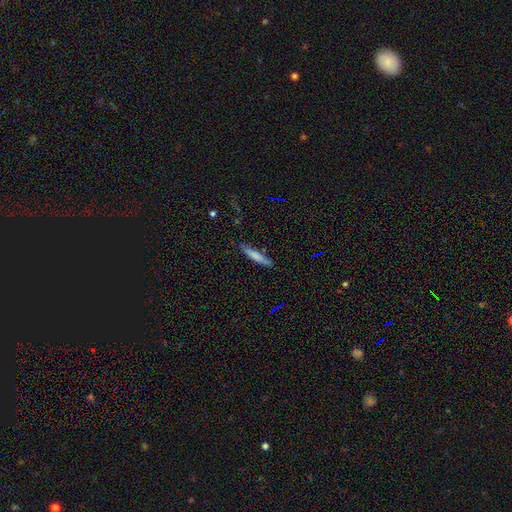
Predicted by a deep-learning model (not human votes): Overall: smooth (74%). How rounded: cigar-shaped (92%). Merging: none (83%).